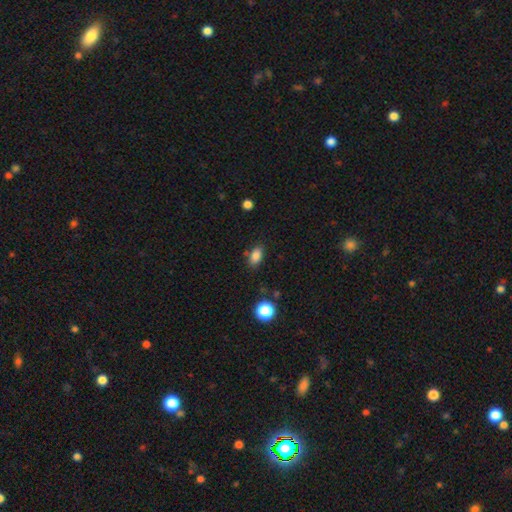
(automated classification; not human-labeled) Smooth or featured?
  - smooth: 85% *
  - star or artifact: 10%
  - featured or disk: 5%
How rounded?
  - in between: 87% *
  - round: 10%
  - cigar-shaped: 3%
Merging?
  - none: 81% *
  - minor disturbance: 13%
  - major disturbance: 3%
  - merger: 3%